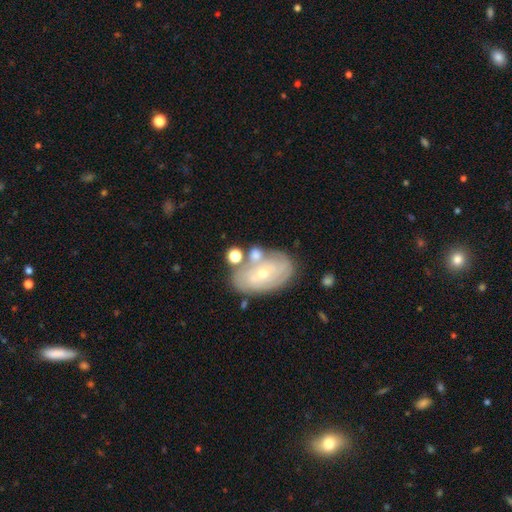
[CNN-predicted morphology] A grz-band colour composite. It shows a featured or disk galaxy (59%) with no bar (74%), spiral arms (63%) and a small central bulge (56%). Merging: none (52%).